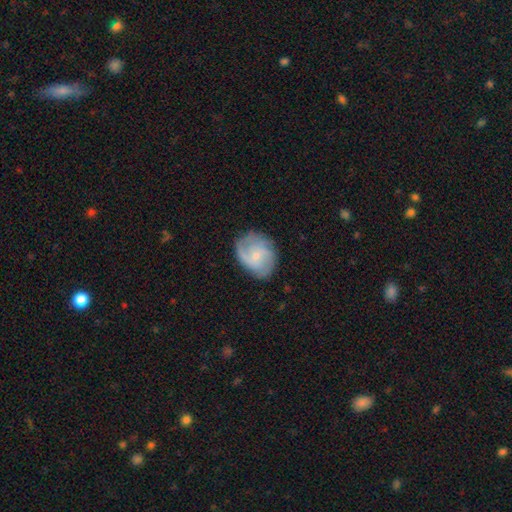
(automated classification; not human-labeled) Overall: featured or disk (64%; smooth 29%). Edge-on disk: no (98%). Bar: no (59%; weak 36%). Spiral arms: yes (91%). Spiral arm count: 2 (34%; can't tell 25%). Spiral winding: medium (46%; loose 29%). Bulge size: small (68%). Merging: none (70%).